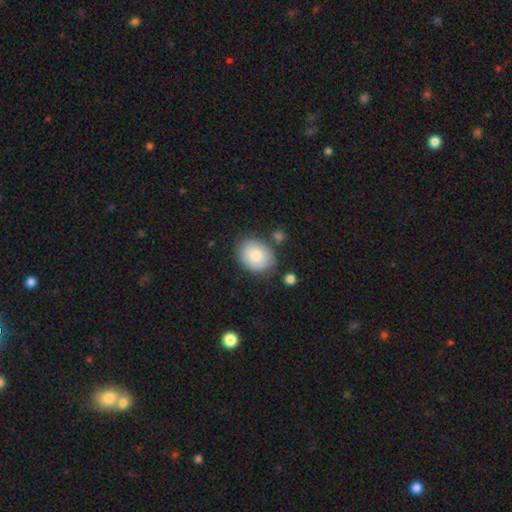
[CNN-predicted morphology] Overall: smooth (81%). How rounded: in between (52%; round 47%). Merging: none (74%).